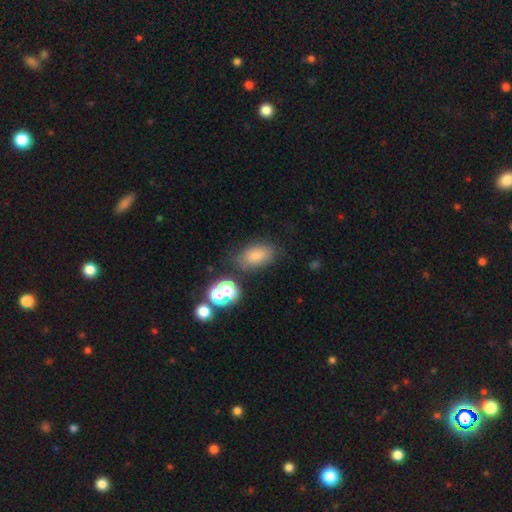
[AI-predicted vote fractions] smooth_or_featured: smooth (p=0.78) [alt: star or artifact p=0.13]
how_rounded: in between (p=0.87) [alt: round p=0.10]
merging: none (p=0.69) [alt: minor disturbance p=0.16]